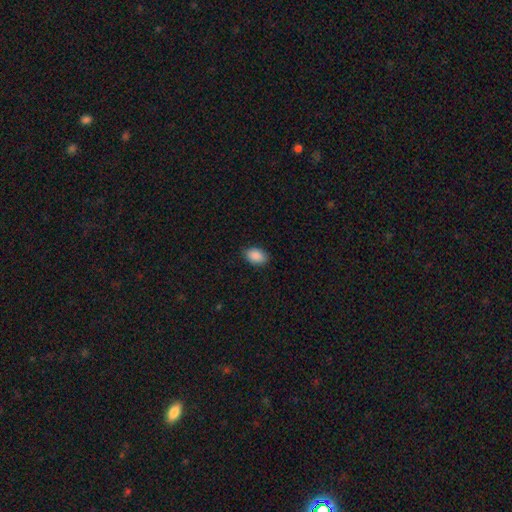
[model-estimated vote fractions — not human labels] Morphology: type=smooth (90%); roundness=in between (86%); merging=none (85%).